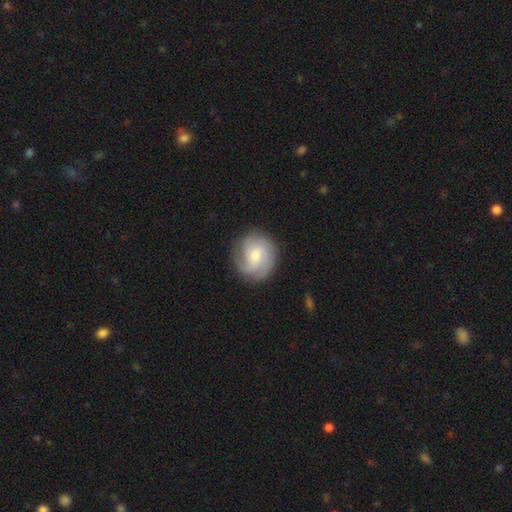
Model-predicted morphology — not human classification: Q: Smooth or featured?
A: featured or disk (63%); runner-up: smooth (31%)
Q: Edge-on disk?
A: no (98%); runner-up: yes (2%)
Q: Bar?
A: no (60%); runner-up: weak (34%)
Q: Spiral arms?
A: yes (92%); runner-up: no (8%)
Q: Spiral winding?
A: tight (43%); runner-up: medium (40%)
Q: Spiral arm count?
A: 3 (37%); runner-up: can't tell (24%)
Q: Bulge size?
A: moderate (47%); runner-up: small (45%)
Q: Merging?
A: none (77%); runner-up: minor disturbance (15%)